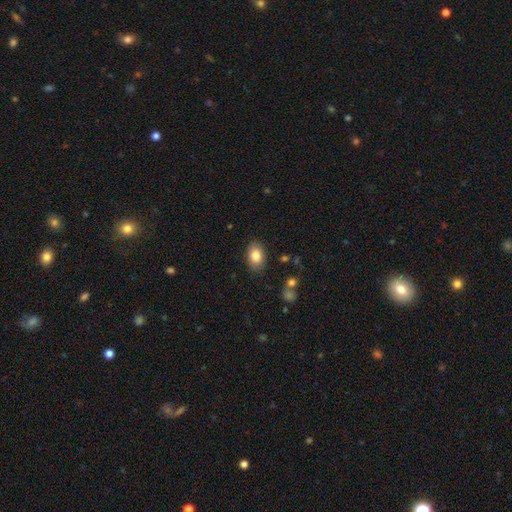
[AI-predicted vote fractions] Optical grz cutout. It shows a smooth galaxy with no disk features (83%) that is in between round and cigar-shaped (86%). Merging: none (85%).